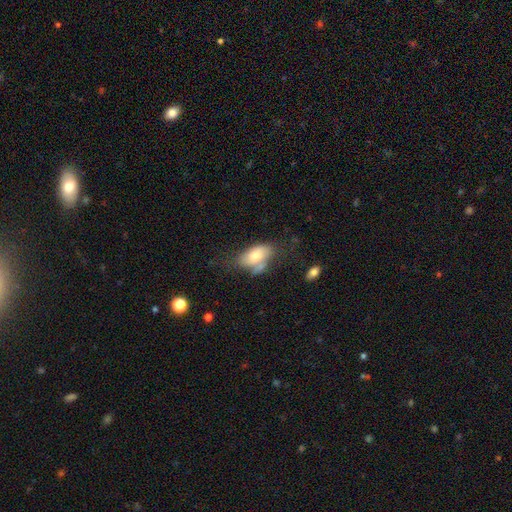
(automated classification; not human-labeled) This is likely a smooth galaxy (68%). How rounded: clearly in between (92%). Merging: marginally none (39%).